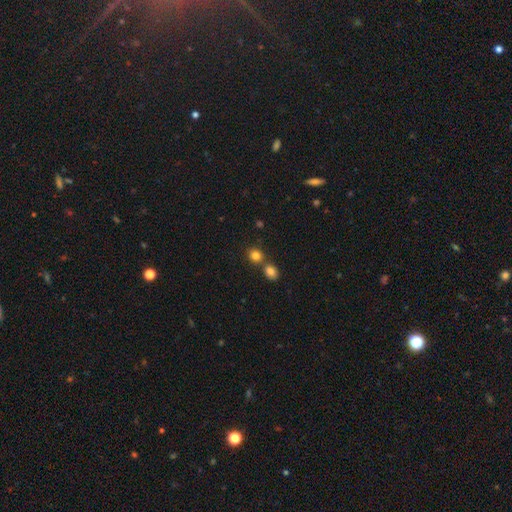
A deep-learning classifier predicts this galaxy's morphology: type=smooth (82%); roundness=round (79%); merging=none (58%).